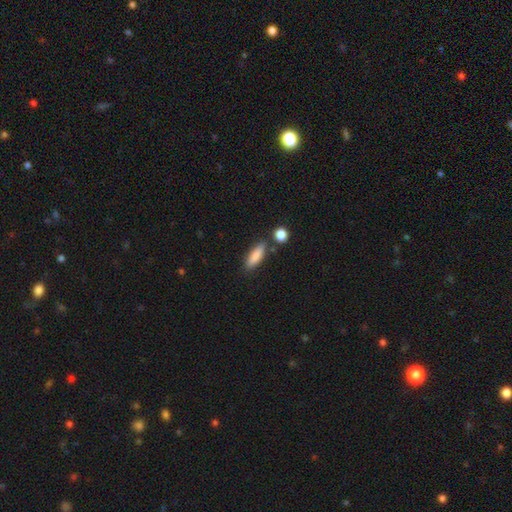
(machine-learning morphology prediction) smooth_or_featured: smooth (p=0.83) [alt: featured or disk p=0.10]
how_rounded: in between (p=0.49) [alt: cigar-shaped p=0.48]
merging: none (p=0.76) [alt: minor disturbance p=0.13]